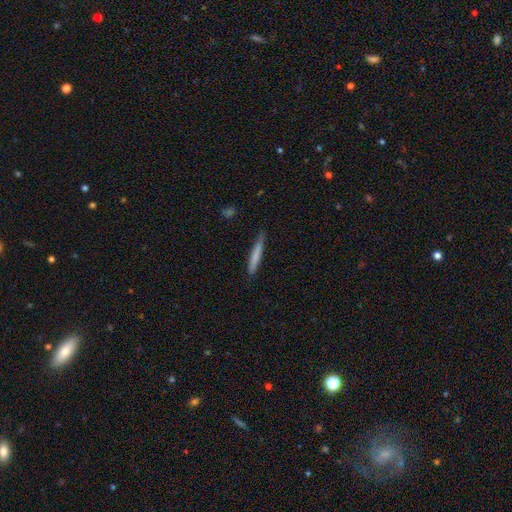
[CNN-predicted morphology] The model was most divided on "smooth or featured": smooth: 74%, featured or disk: 21%, star or artifact: 6%. More confident: how rounded — cigar-shaped (96%); merging — none (84%).